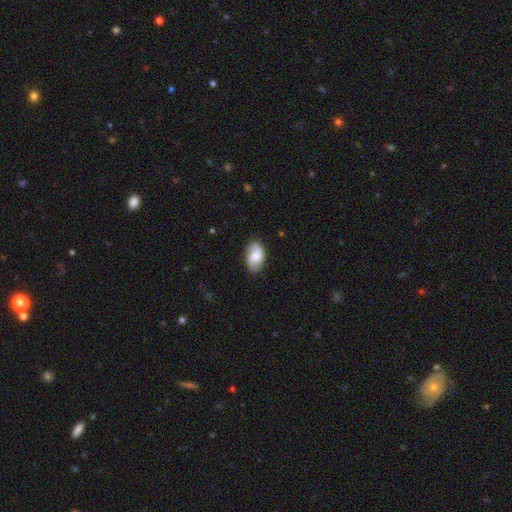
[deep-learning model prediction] smooth_or_featured: smooth (p=0.49) [alt: featured or disk p=0.43]
merging: none (p=0.79) [alt: minor disturbance p=0.16]